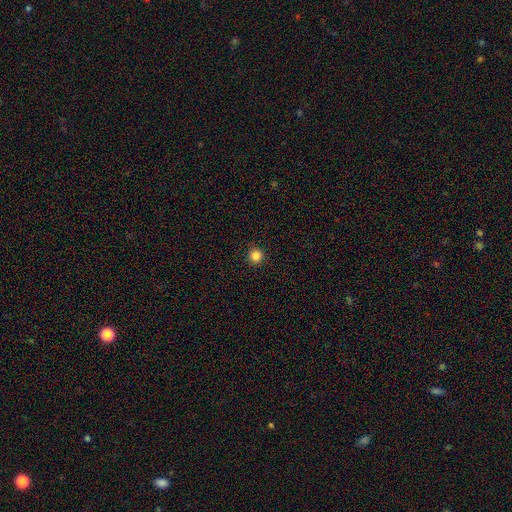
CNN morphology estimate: Smooth or featured: smooth — 85% (star or artifact — 12%)
How rounded: round — 96% (in between — 3%)
Merging: none — 93% (minor disturbance — 4%)